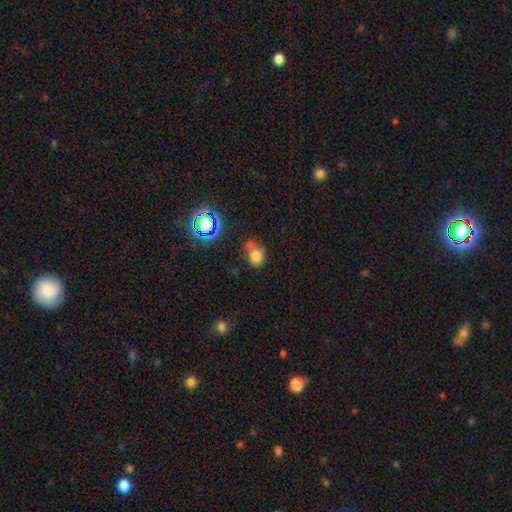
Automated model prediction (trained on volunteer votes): This appears to be a smooth galaxy with no disk features (73%) that is in between round and cigar-shaped (52%). Merging: none (48%).